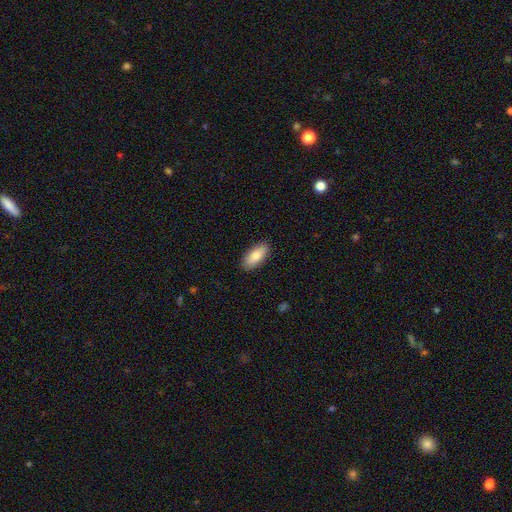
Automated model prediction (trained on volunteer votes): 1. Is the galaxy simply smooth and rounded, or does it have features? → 82% smooth, 12% featured or disk, 6% star or artifact.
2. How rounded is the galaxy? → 82% in between, 16% cigar-shaped, 2% round.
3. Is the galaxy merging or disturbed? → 89% none, 8% minor disturbance, 2% major disturbance, 1% merger.